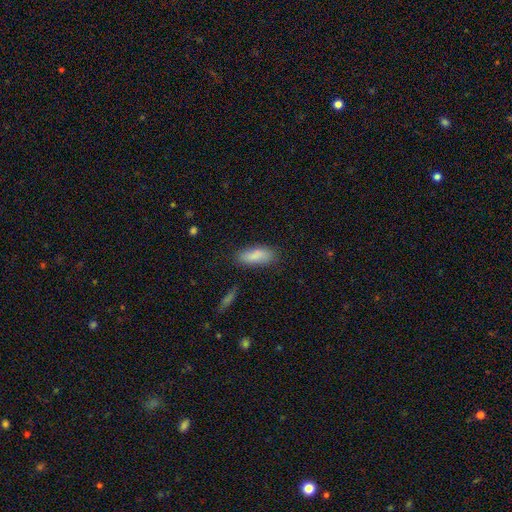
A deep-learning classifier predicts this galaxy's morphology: Smooth or featured: smooth — 85% (featured or disk — 7%)
How rounded: in between — 76% (cigar-shaped — 22%)
Merging: none — 77% (minor disturbance — 16%)